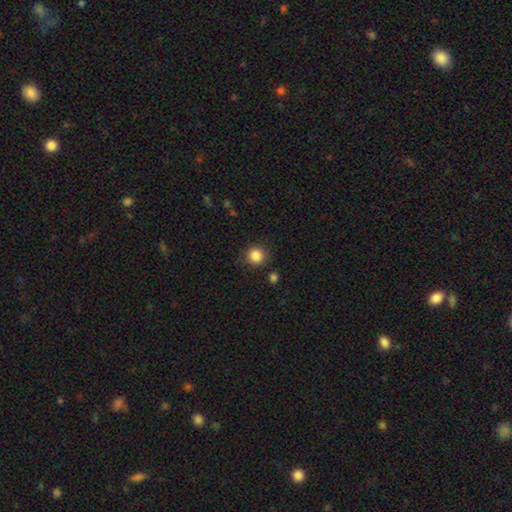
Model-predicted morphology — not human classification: Smooth or featured?
  - smooth: 85% *
  - star or artifact: 11%
  - featured or disk: 4%
How rounded?
  - round: 92% *
  - in between: 7%
  - cigar-shaped: 1%
Merging?
  - none: 88% *
  - minor disturbance: 8%
  - major disturbance: 3%
  - merger: 2%